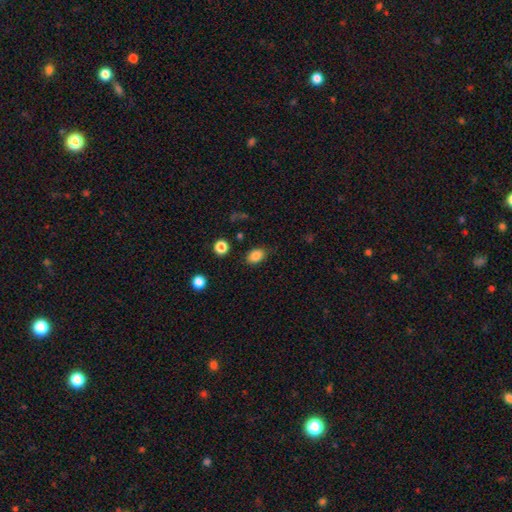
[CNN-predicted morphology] Q: Smooth or featured?
A: smooth (85%); runner-up: star or artifact (10%)
Q: How rounded?
A: in between (79%); runner-up: round (20%)
Q: Merging?
A: none (82%); runner-up: minor disturbance (12%)